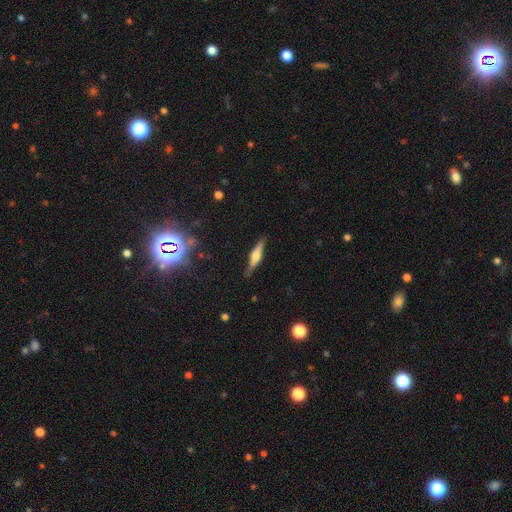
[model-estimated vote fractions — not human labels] smooth-or-featured: featured or disk: 60% | smooth: 33% | star or artifact: 7%
  disk-edge-on: yes: 96% | no: 4%
    edge-on-bulge: rounded: 81% | boxy: 14% | none: 5%
  merging: none: 85% | minor disturbance: 11% | major disturbance: 2% | merger: 1%